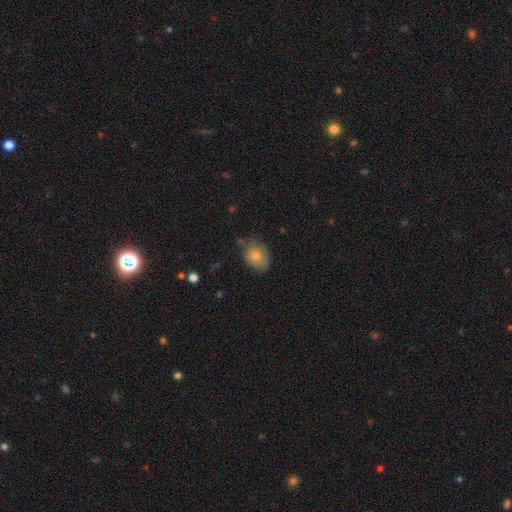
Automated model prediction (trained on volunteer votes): smooth_or_featured: smooth (p=0.77) [alt: featured or disk p=0.15]
how_rounded: in between (p=0.71) [alt: round p=0.28]
merging: none (p=0.68) [alt: minor disturbance p=0.25]